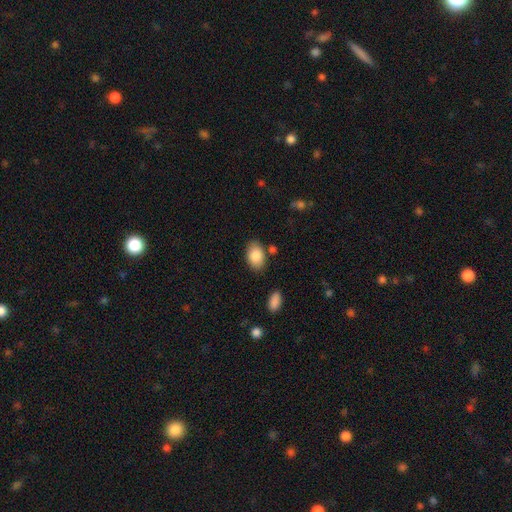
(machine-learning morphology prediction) Overall: smooth (87%). How rounded: in between (88%). Merging: none (79%).